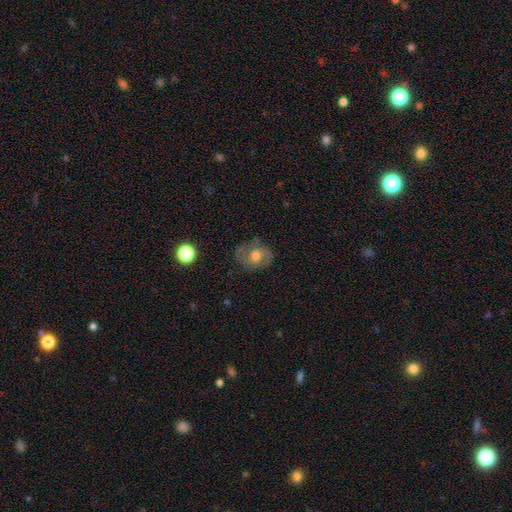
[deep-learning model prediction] Smooth or featured? featured or disk (52%)
Edge-on disk? no (96%)
Bar? no (73%)
Spiral arms? yes (72%)
Bulge size? moderate (63%)
Merging? none (68%)